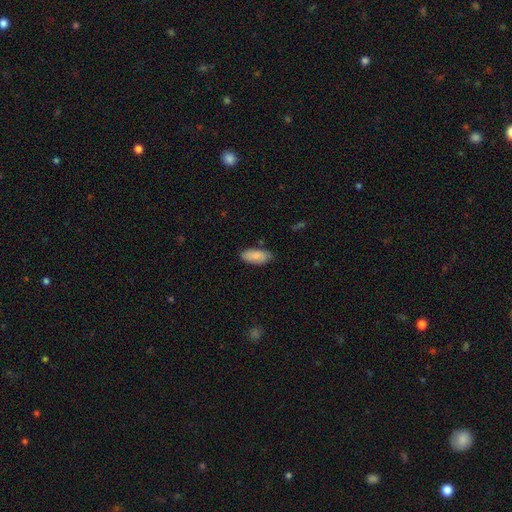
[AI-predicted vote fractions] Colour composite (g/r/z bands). It shows a smooth galaxy with no disk features (82%) that is in between round and cigar-shaped (88%). Merging: none (76%).